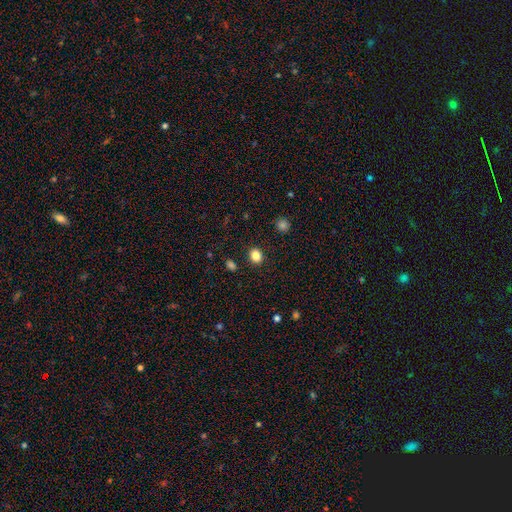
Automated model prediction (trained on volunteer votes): smooth_or_featured: smooth (p=0.85) [alt: star or artifact p=0.11]
how_rounded: round (p=0.64) [alt: in between p=0.35]
merging: none (p=0.89) [alt: minor disturbance p=0.07]